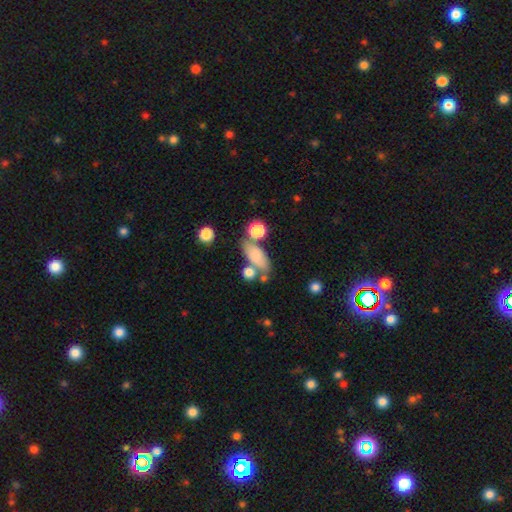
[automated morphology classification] A smooth galaxy with no disk features (72%) that is in between round and cigar-shaped (75%).

Vote fractions:
- Smooth or featured? smooth: 72% / featured or disk: 19% / star or artifact: 9%
- How rounded? in between: 75% / cigar-shaped: 17% / round: 8%
- Merging? none: 53% / merger: 22% / minor disturbance: 17% / major disturbance: 8%